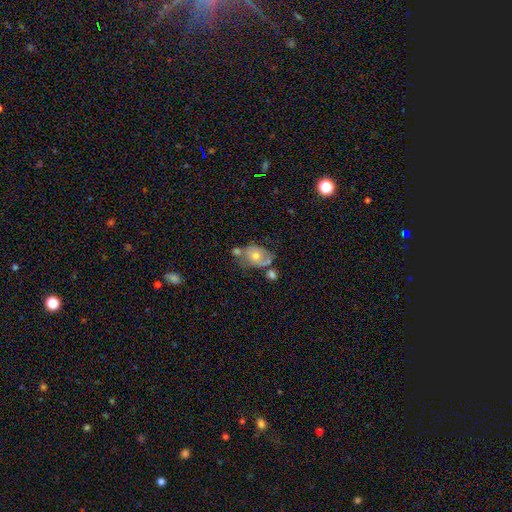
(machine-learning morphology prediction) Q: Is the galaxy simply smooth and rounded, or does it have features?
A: featured or disk — 49%.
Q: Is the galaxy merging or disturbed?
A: none — 35%.